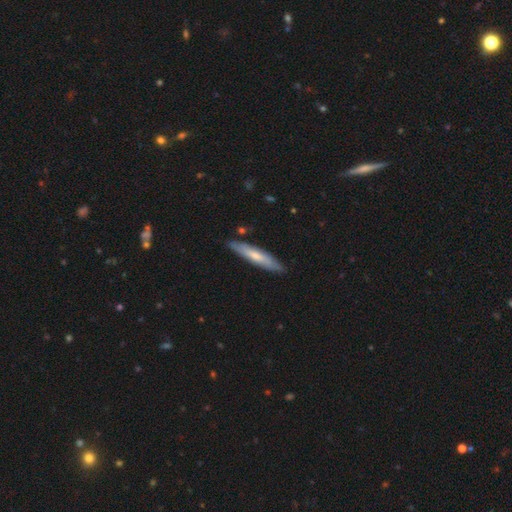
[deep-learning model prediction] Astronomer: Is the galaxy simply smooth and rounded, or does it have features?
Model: smooth — 56% (runner-up: featured or disk, 39%).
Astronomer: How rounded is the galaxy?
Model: cigar-shaped — 86%.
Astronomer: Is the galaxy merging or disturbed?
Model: none — 85%.